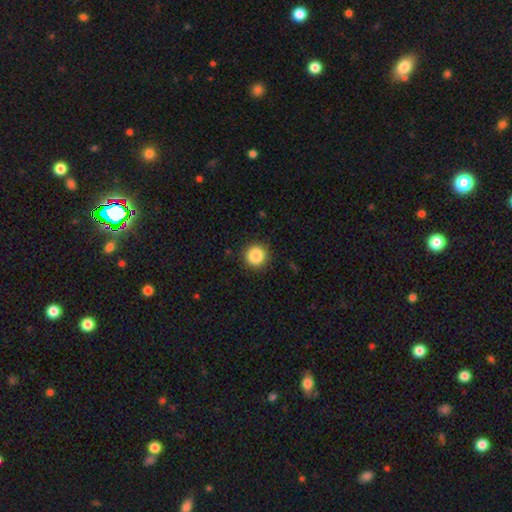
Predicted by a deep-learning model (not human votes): Smooth or featured? Predicted: smooth (p=0.86). How rounded? Predicted: round (p=0.95). Merging? Predicted: none (p=0.91).